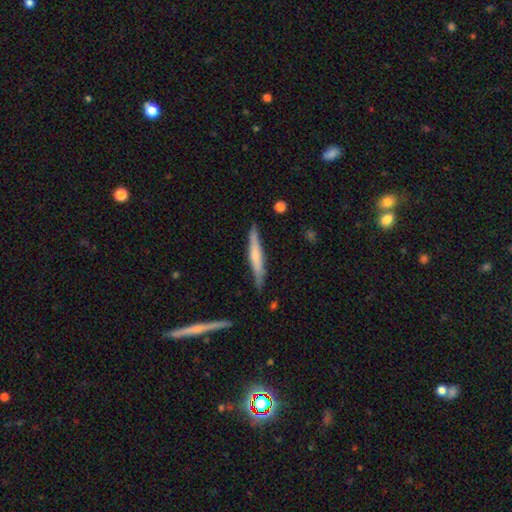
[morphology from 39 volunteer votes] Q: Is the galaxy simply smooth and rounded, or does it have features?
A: featured or disk — 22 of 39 (56%).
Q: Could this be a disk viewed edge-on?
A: yes — 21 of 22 (95%).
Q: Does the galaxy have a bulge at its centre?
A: none — 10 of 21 (48%, tied with rounded).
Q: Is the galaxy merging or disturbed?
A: none — 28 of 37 (76%).